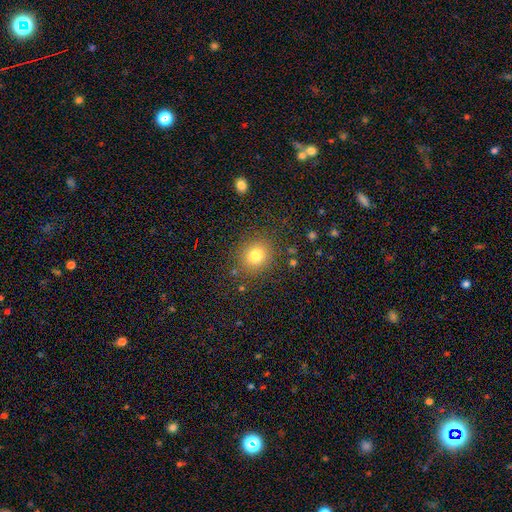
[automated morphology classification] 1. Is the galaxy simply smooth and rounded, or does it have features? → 80% smooth, 13% star or artifact, 7% featured or disk.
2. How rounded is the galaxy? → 81% round, 18% in between, 1% cigar-shaped.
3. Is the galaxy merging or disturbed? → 85% none, 9% minor disturbance, 4% major disturbance, 2% merger.